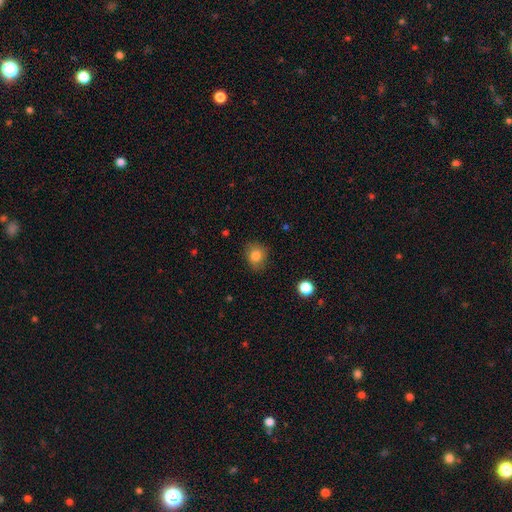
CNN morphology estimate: smooth-or-featured: smooth: 82% | star or artifact: 10% | featured or disk: 8%
  how-rounded: round: 69% | in between: 30% | cigar-shaped: 1%
  merging: none: 81% | minor disturbance: 14% | major disturbance: 3% | merger: 1%